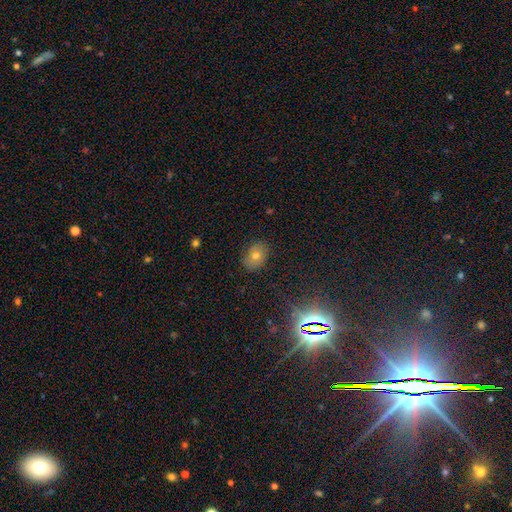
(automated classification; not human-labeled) The model was most divided on "smooth or featured": smooth: 61%, star or artifact: 23%, featured or disk: 16%. More confident: merging — none (82%); how rounded — in between (70%).